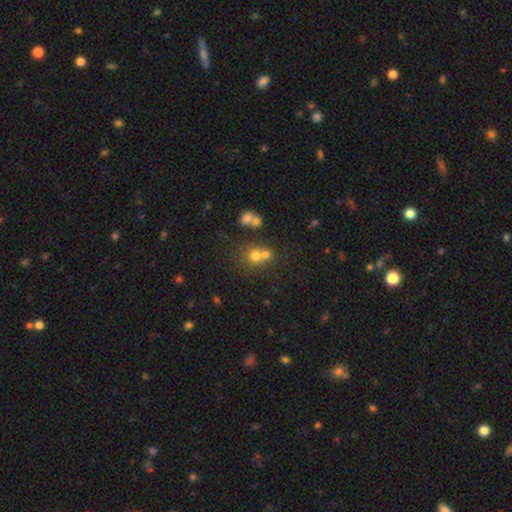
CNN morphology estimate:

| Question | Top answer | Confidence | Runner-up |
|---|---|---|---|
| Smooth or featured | smooth | 67% | star or artifact (18%) |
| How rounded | round | 81% | in between (18%) |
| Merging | merger | 48% | none (42%) |